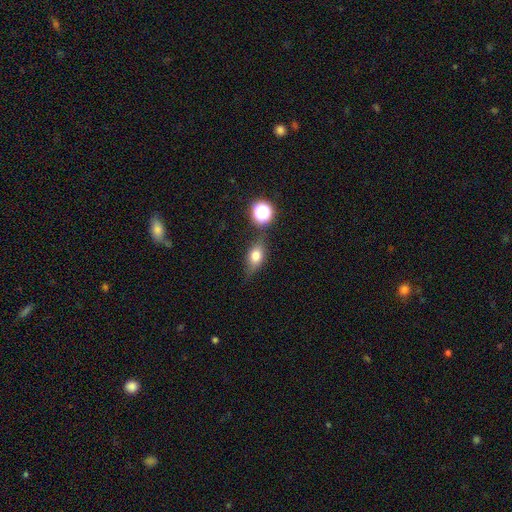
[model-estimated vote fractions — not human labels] Smooth or featured: smooth — 68% (featured or disk — 20%)
How rounded: in between — 71% (round — 20%)
Merging: none — 70% (minor disturbance — 18%)